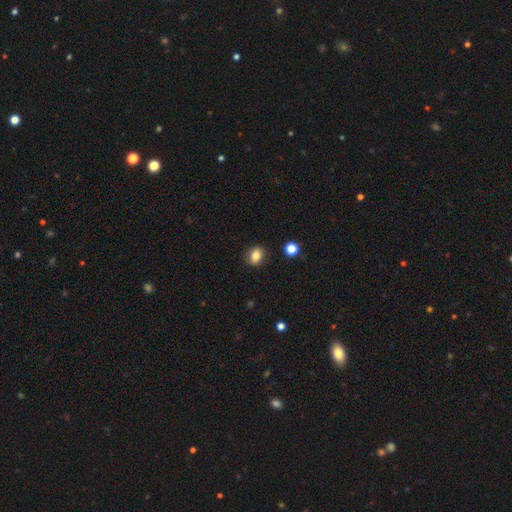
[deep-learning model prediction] smooth-or-featured: smooth: 82% | star or artifact: 10% | featured or disk: 8%
  how-rounded: in between: 64% | round: 35% | cigar-shaped: 2%
  merging: none: 86% | minor disturbance: 9% | major disturbance: 2% | merger: 2%